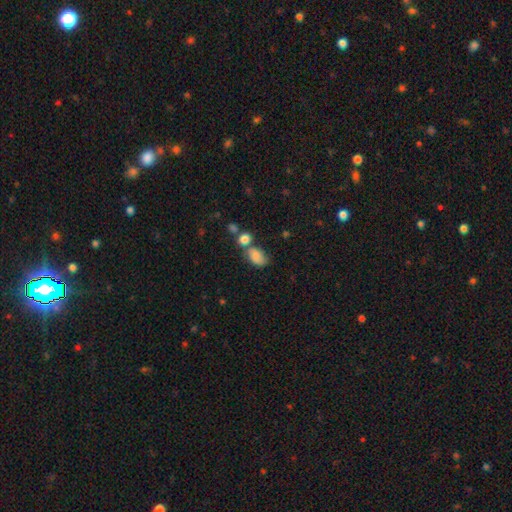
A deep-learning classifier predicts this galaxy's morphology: A smooth galaxy with no disk features (77%) that is in between round and cigar-shaped (83%). Merging: merger (37%).